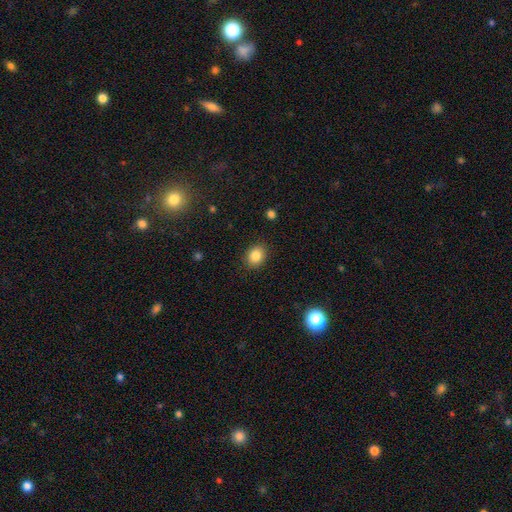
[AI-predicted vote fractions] Q: Smooth or featured?
A: smooth (85%); runner-up: star or artifact (10%)
Q: How rounded?
A: round (53%); runner-up: in between (46%)
Q: Merging?
A: none (88%); runner-up: minor disturbance (9%)